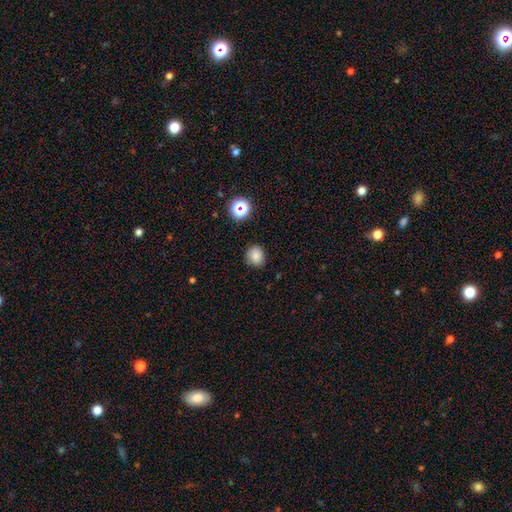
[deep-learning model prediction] A smooth galaxy with no disk features (76%) that is round (75%).

Vote fractions:
- Smooth or featured? smooth: 76% / star or artifact: 13% / featured or disk: 11%
- How rounded? round: 75% / in between: 24% / cigar-shaped: 1%
- Merging? none: 80% / minor disturbance: 15% / major disturbance: 3% / merger: 2%